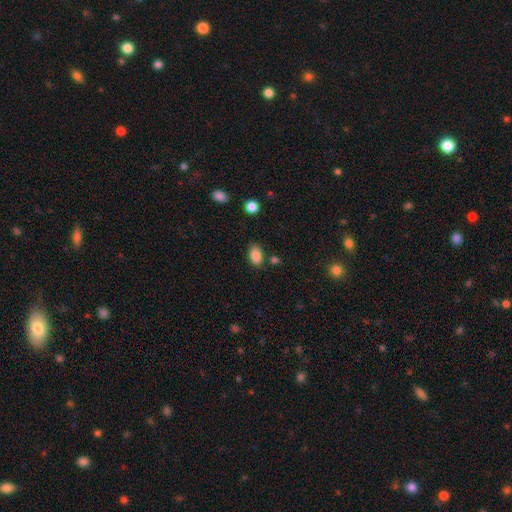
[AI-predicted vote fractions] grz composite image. It shows a smooth galaxy with no disk features (86%) that is in between round and cigar-shaped (87%). Merging: none (79%).